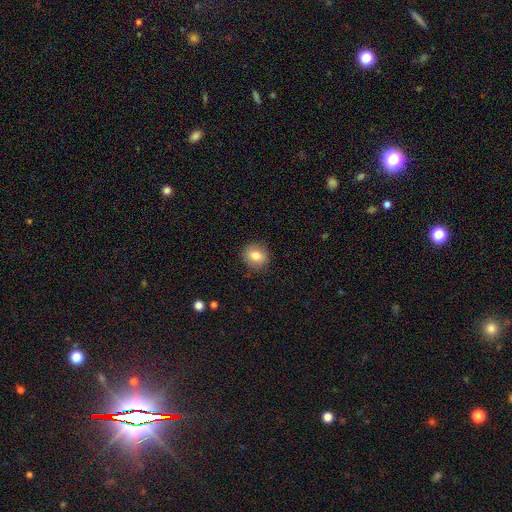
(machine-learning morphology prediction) A smooth galaxy with no disk features (80%) that is round (82%). Merging: none (88%).